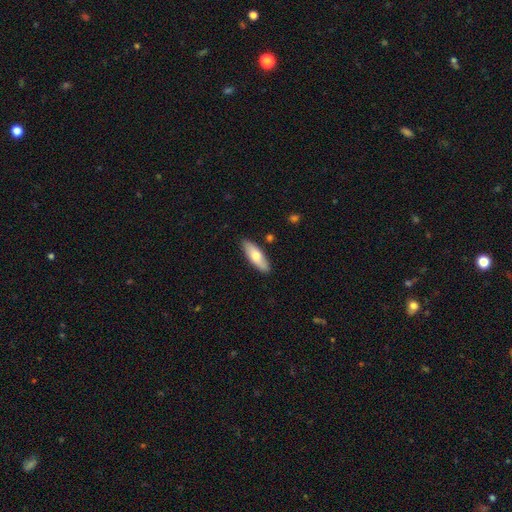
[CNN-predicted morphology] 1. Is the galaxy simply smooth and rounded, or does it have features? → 69% smooth, 26% featured or disk, 5% star or artifact.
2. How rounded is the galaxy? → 58% in between, 40% cigar-shaped, 2% round.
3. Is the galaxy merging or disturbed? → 87% none, 9% minor disturbance, 2% merger, 2% major disturbance.